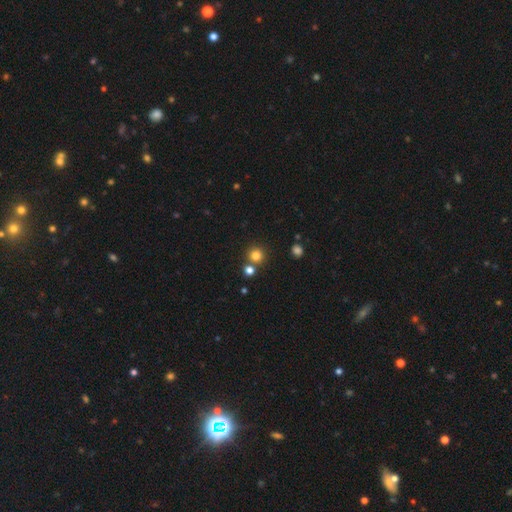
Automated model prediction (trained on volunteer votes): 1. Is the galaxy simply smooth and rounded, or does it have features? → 80% smooth, 15% star or artifact, 5% featured or disk.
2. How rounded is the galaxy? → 93% round, 6% in between, 1% cigar-shaped.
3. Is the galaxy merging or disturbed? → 76% none, 15% merger, 7% minor disturbance, 3% major disturbance.